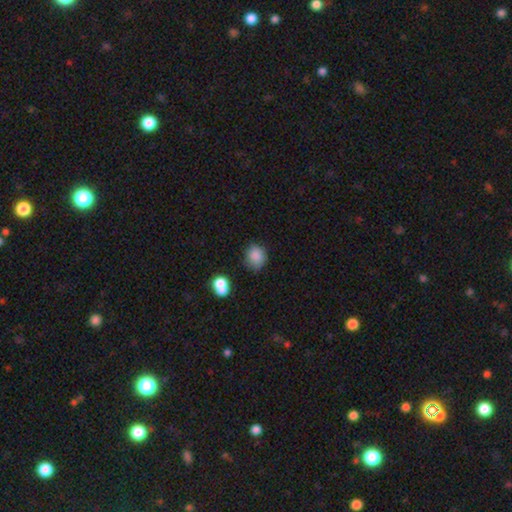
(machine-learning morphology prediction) smooth-or-featured: smooth: 85% | star or artifact: 10% | featured or disk: 6%
  how-rounded: round: 73% | in between: 26% | cigar-shaped: 1%
  merging: none: 69% | minor disturbance: 20% | merger: 5% | major disturbance: 5%